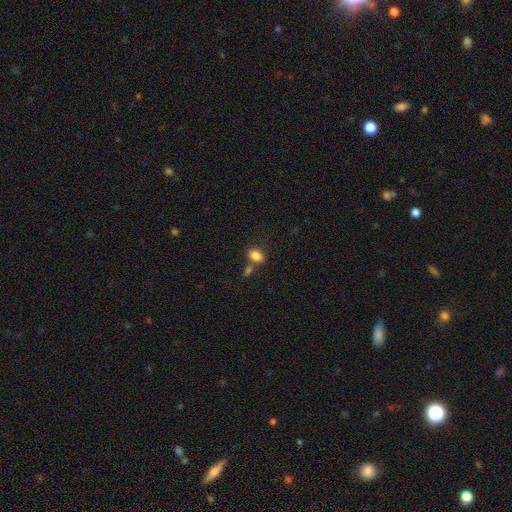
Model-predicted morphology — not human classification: A smooth galaxy with no disk features (84%) that is in between round and cigar-shaped (78%). Merging: none (54%).